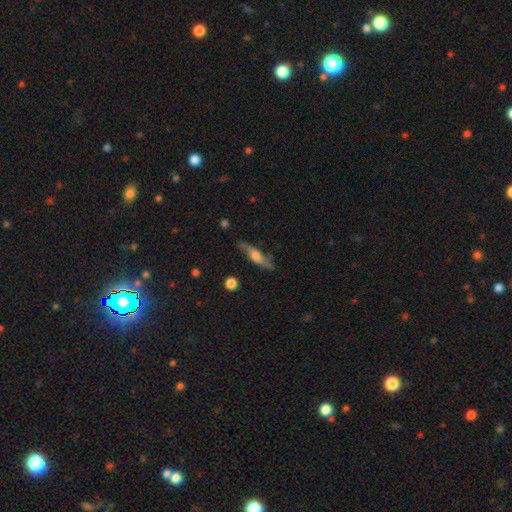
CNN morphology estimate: Smooth or featured? featured or disk (53%)
Edge-on disk? yes (65%)
Merging? none (77%)